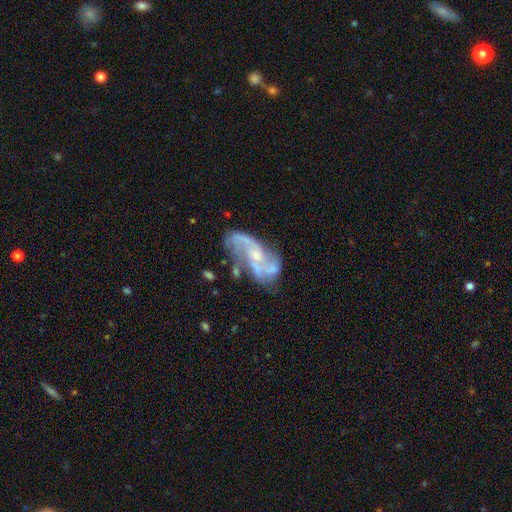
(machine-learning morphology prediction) A featured or disk galaxy (83%) with no bar (61%), 2 (59%) loose (44%) spiral arms (91%) and a small central bulge (65%). Merging: none (46%).